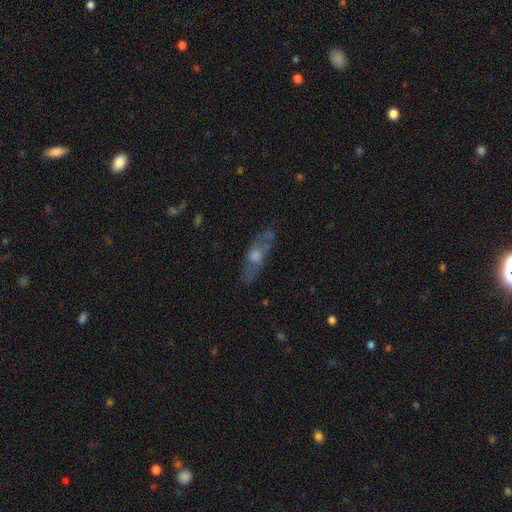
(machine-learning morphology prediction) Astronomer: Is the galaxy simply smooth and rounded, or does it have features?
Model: featured or disk — 55% (runner-up: smooth, 35%).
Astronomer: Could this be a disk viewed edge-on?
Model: no — 50%, tied with yes at 50%.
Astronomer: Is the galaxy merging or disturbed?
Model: none — 71%.